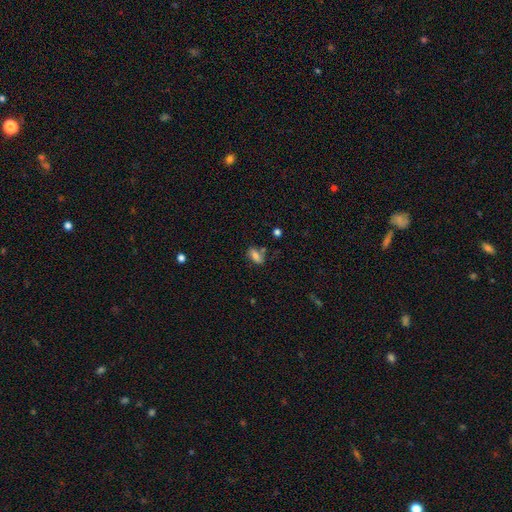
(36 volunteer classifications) A smooth galaxy with no disk features (75%) that is in between round and cigar-shaped (85%).

Vote fractions:
- Smooth or featured? smooth: 75% / featured or disk: 19% / star or artifact: 6%
- How rounded? in between: 85% / round: 7% / cigar-shaped: 7%
- Merging? none: 59% / minor disturbance: 21% / merger: 15% / major disturbance: 6%